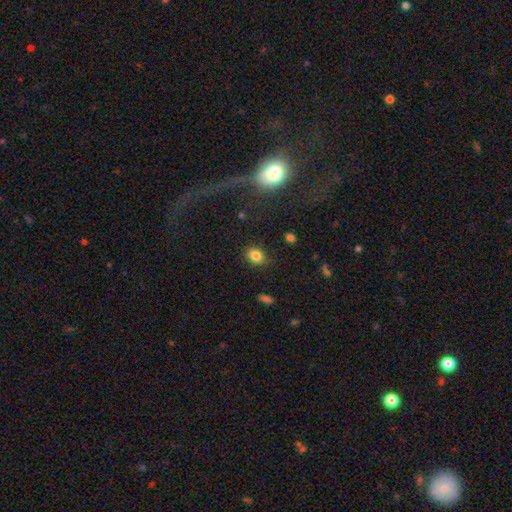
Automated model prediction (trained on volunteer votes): Overall: smooth (83%). How rounded: round (54%; in between 45%). Merging: none (83%).